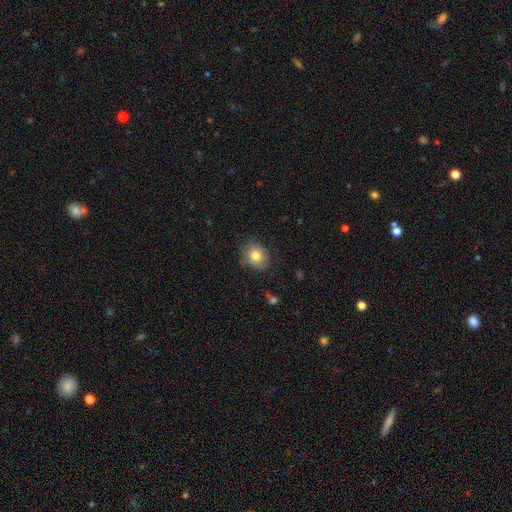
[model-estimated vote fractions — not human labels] smooth_or_featured: smooth (p=0.79) [alt: featured or disk p=0.11]
how_rounded: round (p=0.68) [alt: in between p=0.31]
merging: none (p=0.77) [alt: minor disturbance p=0.18]